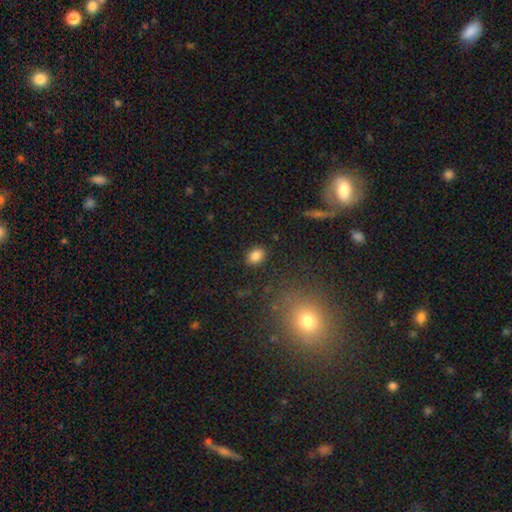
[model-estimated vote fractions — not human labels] Smooth or featured? Predicted: smooth (p=0.84). How rounded? Predicted: in between (p=0.66). Merging? Predicted: none (p=0.86).